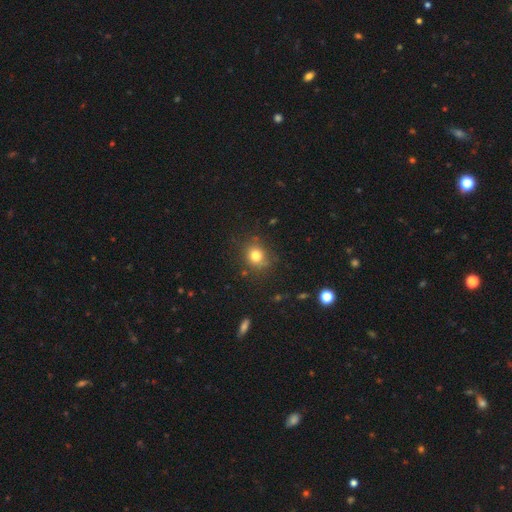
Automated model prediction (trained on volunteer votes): This is likely a smooth galaxy (79%). How rounded: likely round (72%). Merging: clearly none (80%).